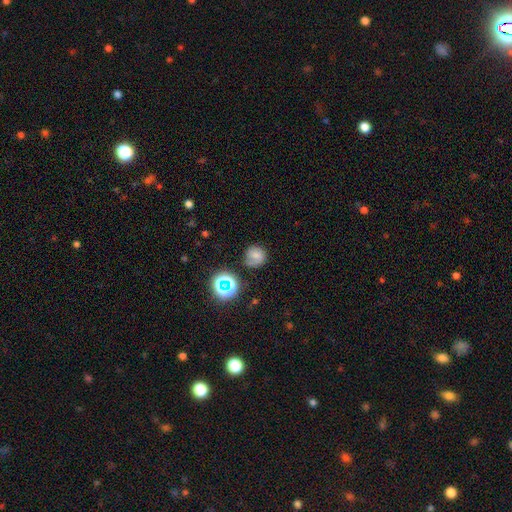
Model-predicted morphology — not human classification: Smooth or featured: smooth — 63% (featured or disk — 19%)
How rounded: round — 86% (in between — 13%)
Merging: none — 68% (minor disturbance — 20%)